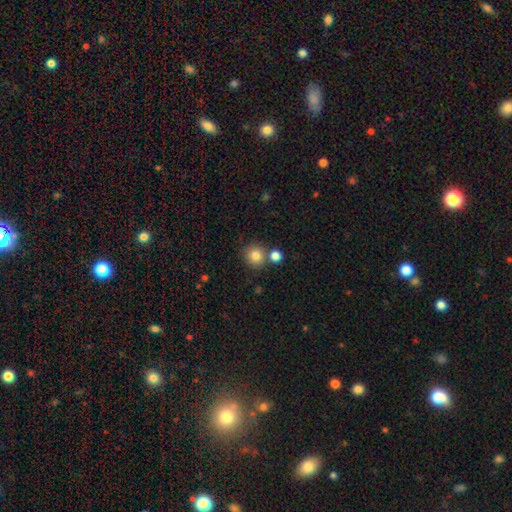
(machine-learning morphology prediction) Smooth or featured?
  - smooth: 82% *
  - star or artifact: 11%
  - featured or disk: 6%
How rounded?
  - round: 91% *
  - in between: 8%
  - cigar-shaped: 1%
Merging?
  - none: 71% *
  - merger: 19%
  - minor disturbance: 8%
  - major disturbance: 3%